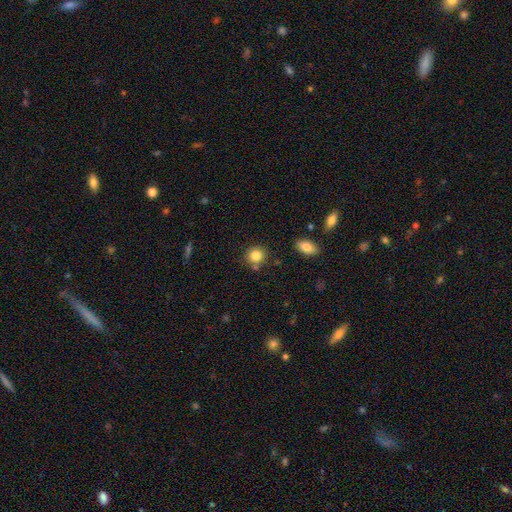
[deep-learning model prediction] smooth 84%, star or artifact 10%, featured or disk 6%. Down the decision tree: how rounded — round (88%); merging — none (76%).